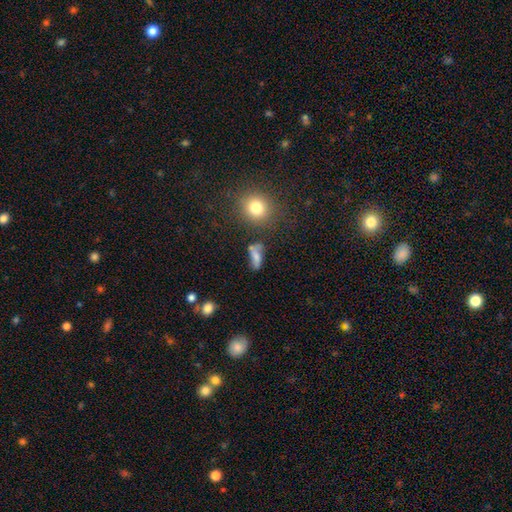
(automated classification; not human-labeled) Smooth or featured?
  - smooth: 62% *
  - featured or disk: 25%
  - star or artifact: 13%
How rounded?
  - in between: 62% *
  - cigar-shaped: 26%
  - round: 12%
Merging?
  - none: 53% *
  - minor disturbance: 22%
  - merger: 13%
  - major disturbance: 12%